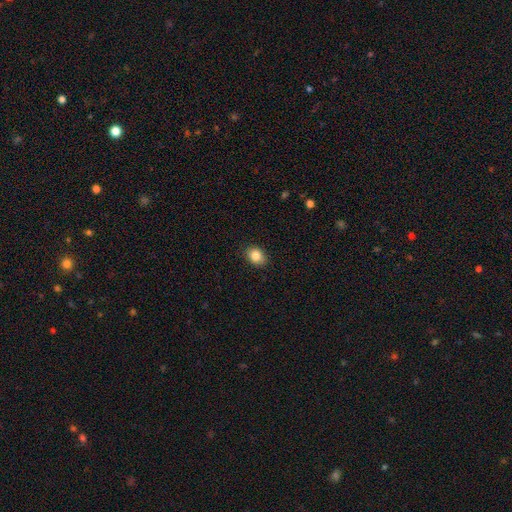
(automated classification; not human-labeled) A smooth galaxy with no disk features (85%) that is in between round and cigar-shaped (59%).

Vote fractions:
- Smooth or featured? smooth: 85% / star or artifact: 9% / featured or disk: 6%
- How rounded? in between: 59% / round: 40% / cigar-shaped: 1%
- Merging? none: 89% / minor disturbance: 8% / major disturbance: 2% / merger: 1%